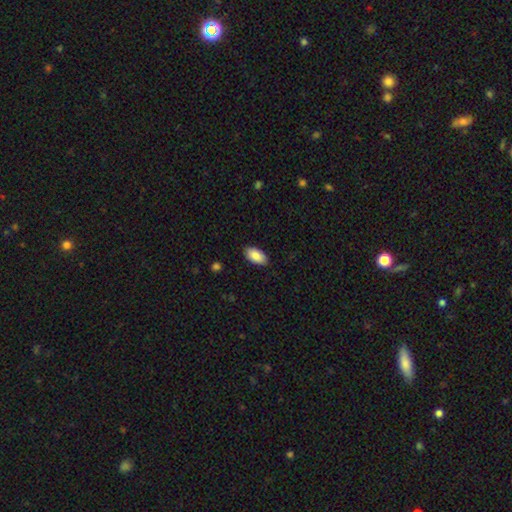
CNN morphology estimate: This appears to be a smooth galaxy with no disk features (87%) that is in between round and cigar-shaped (95%). Merging: none (88%).